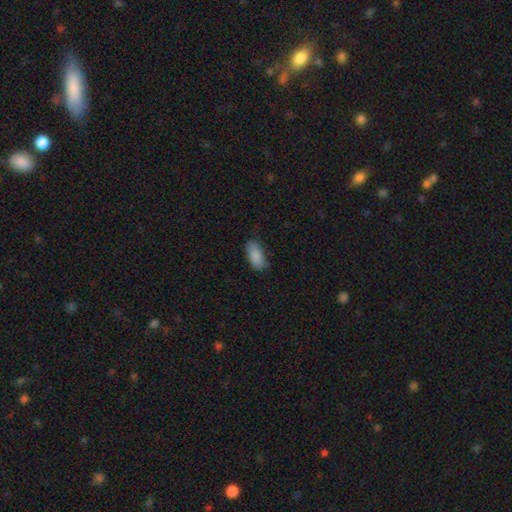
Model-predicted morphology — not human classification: smooth-or-featured: smooth: 88% | star or artifact: 7% | featured or disk: 5%
  how-rounded: in between: 92% | cigar-shaped: 5% | round: 3%
  merging: none: 77% | minor disturbance: 18% | major disturbance: 3% | merger: 1%